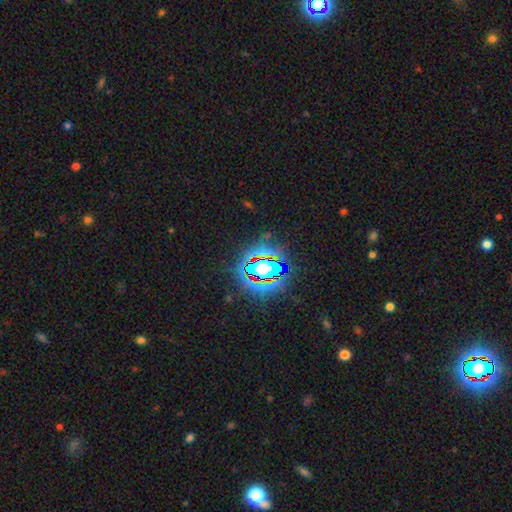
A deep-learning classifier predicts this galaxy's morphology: Q: Smooth or featured?
A: star or artifact (83%); runner-up: smooth (9%)